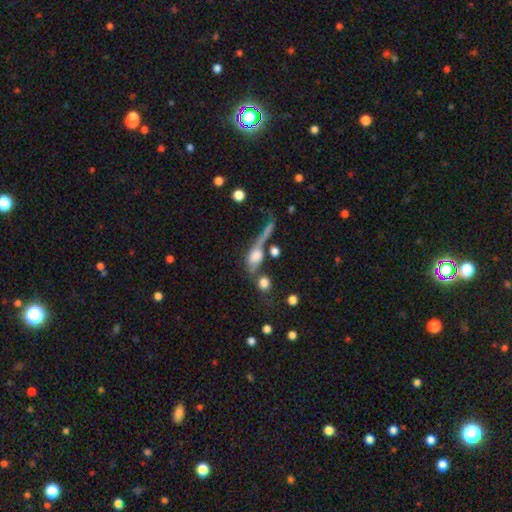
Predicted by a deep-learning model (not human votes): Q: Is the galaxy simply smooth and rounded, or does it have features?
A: smooth — 55%.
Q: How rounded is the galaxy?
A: in between — 53%.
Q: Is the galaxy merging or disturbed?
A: merger — 31%.